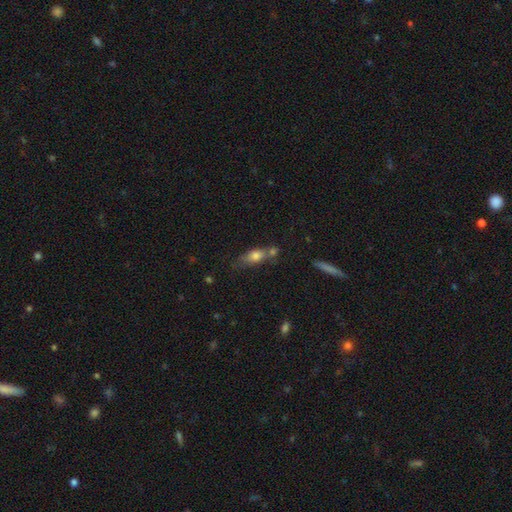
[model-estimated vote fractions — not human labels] Smooth or featured?
  - smooth: 70% *
  - featured or disk: 21%
  - star or artifact: 9%
How rounded?
  - in between: 68% *
  - cigar-shaped: 24%
  - round: 8%
Merging?
  - none: 44% *
  - merger: 31%
  - minor disturbance: 18%
  - major disturbance: 7%